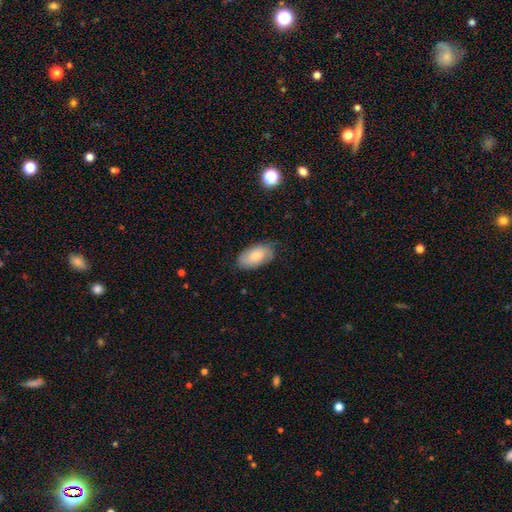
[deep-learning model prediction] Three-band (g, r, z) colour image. It shows a smooth galaxy with no disk features (75%) that is in between round and cigar-shaped (94%). Merging: none (76%).